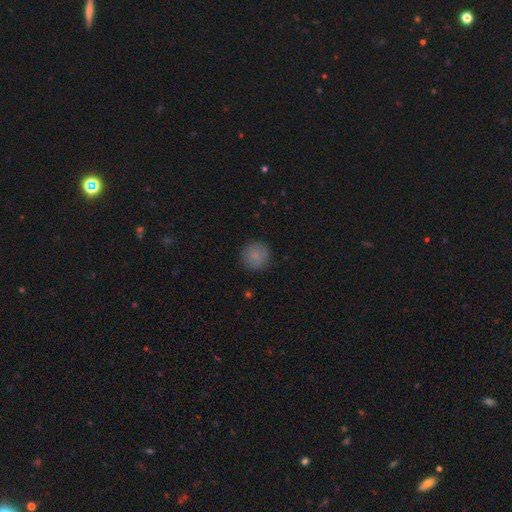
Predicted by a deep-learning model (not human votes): This appears to be a smooth galaxy with no disk features (83%) that is round (94%). Merging: none (87%).